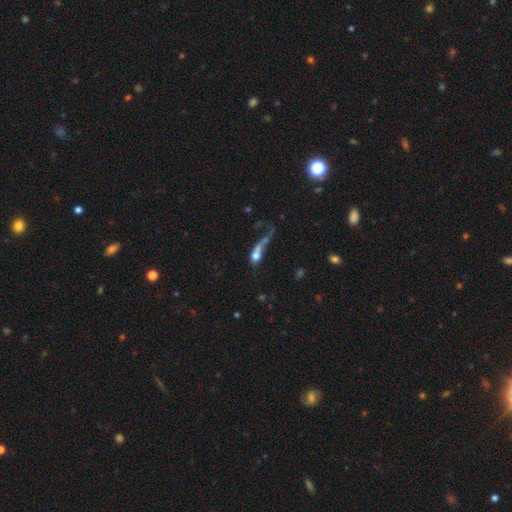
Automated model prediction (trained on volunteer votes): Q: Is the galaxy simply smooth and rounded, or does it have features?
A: smooth — 53%.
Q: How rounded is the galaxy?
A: in between — 47%.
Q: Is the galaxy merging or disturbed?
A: merger — 40%.